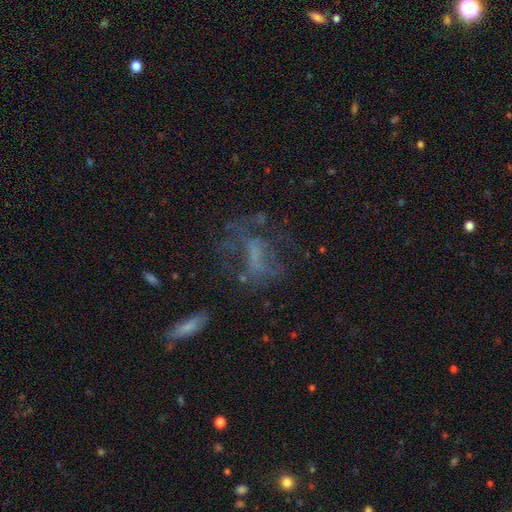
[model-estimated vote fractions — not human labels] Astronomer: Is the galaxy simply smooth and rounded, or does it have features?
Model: featured or disk — 52%.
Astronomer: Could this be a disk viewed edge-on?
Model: no — 93%.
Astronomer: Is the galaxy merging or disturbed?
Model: none — 45% (runner-up: major disturbance, 33%).